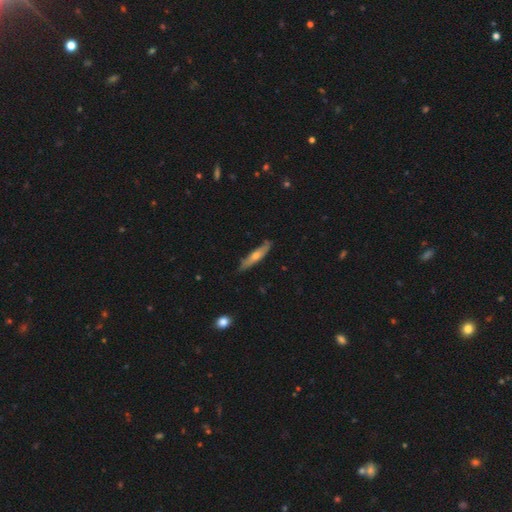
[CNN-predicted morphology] This appears to be a featured or disk galaxy (48%). Merging: none (83%).